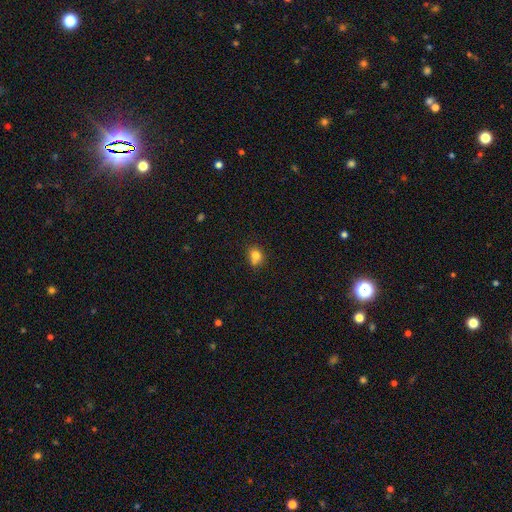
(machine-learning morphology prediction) smooth 80%, star or artifact 12%, featured or disk 9%. Down the decision tree: how rounded — round (58%); merging — none (57%).